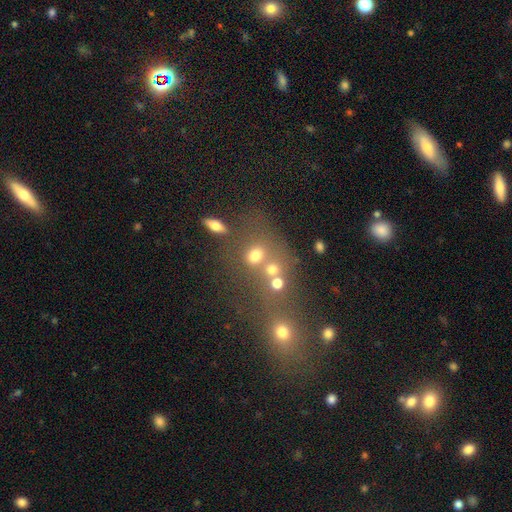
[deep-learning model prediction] Smooth or featured?
  - smooth: 65% *
  - star or artifact: 18%
  - featured or disk: 17%
How rounded?
  - round: 55% *
  - in between: 41%
  - cigar-shaped: 3%
Merging?
  - none: 45% *
  - merger: 35%
  - minor disturbance: 11%
  - major disturbance: 9%